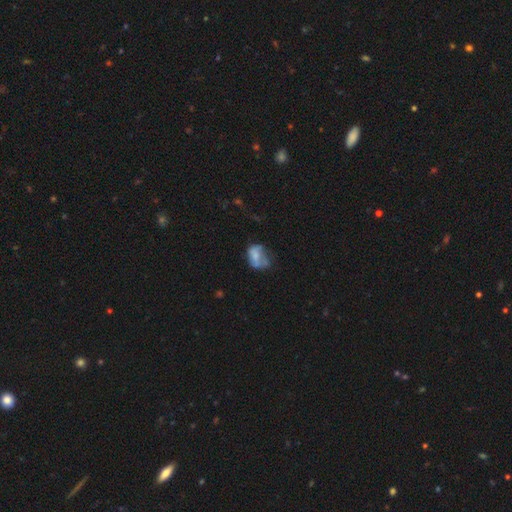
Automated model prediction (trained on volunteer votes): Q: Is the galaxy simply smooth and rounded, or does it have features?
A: smooth — 56%.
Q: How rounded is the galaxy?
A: in between — 68%.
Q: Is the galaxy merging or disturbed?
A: major disturbance — 31%.